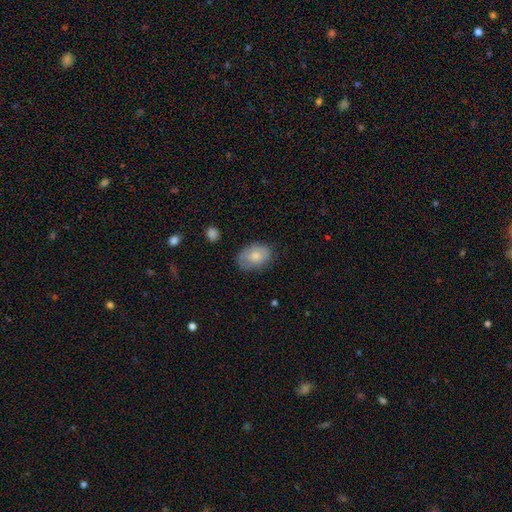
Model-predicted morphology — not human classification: smooth_or_featured: smooth (p=0.74) [alt: featured or disk p=0.19]
how_rounded: in between (p=0.81) [alt: round p=0.18]
merging: none (p=0.70) [alt: minor disturbance p=0.23]